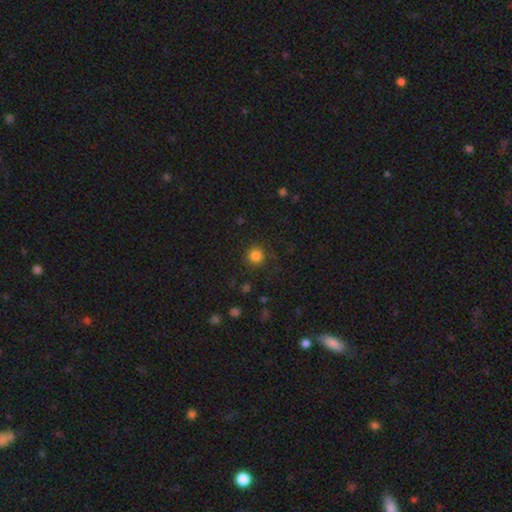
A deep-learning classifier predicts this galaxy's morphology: Smooth or featured: smooth — 83% (star or artifact — 13%)
How rounded: round — 94% (in between — 5%)
Merging: none — 86% (minor disturbance — 9%)